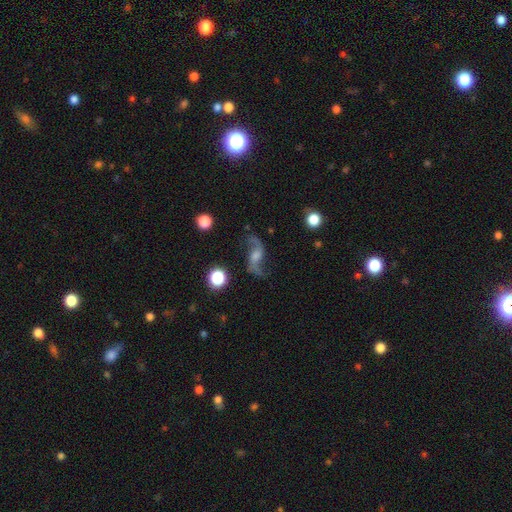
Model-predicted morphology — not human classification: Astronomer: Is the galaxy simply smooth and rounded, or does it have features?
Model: featured or disk — 85%.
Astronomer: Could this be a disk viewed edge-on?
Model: no — 95%.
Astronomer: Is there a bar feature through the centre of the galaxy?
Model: no — 50% (runner-up: weak, 39%).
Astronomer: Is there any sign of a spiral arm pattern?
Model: yes — 97%.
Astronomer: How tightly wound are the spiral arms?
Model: loose — 90%.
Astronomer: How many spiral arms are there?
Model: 2 — 94%.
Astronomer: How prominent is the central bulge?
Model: moderate — 34% (runner-up: small, 31%).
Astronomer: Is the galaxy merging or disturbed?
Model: none — 77%.